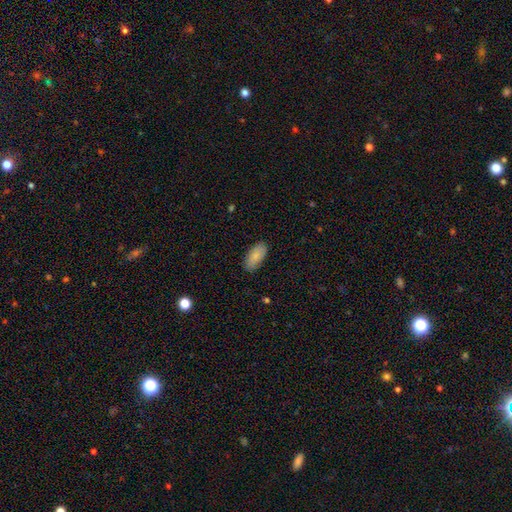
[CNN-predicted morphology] A smooth galaxy with no disk features (83%) that is in between round and cigar-shaped (92%).

Vote fractions:
- Smooth or featured? smooth: 83% / featured or disk: 11% / star or artifact: 6%
- How rounded? in between: 92% / cigar-shaped: 6% / round: 2%
- Merging? none: 86% / minor disturbance: 11% / major disturbance: 2% / merger: 1%